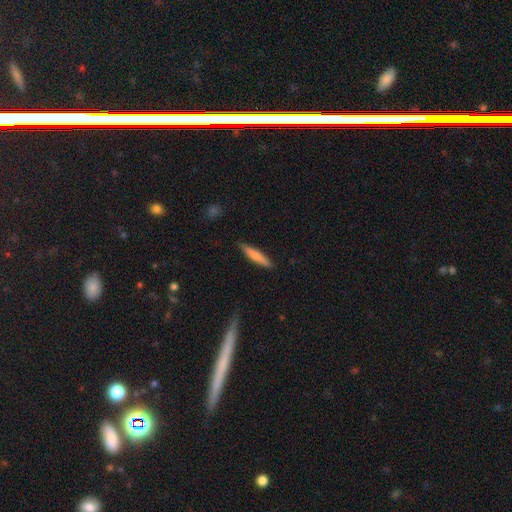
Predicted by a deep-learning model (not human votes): Smooth or featured: smooth — 74% (featured or disk — 21%)
How rounded: cigar-shaped — 89% (in between — 9%)
Merging: none — 88% (minor disturbance — 9%)